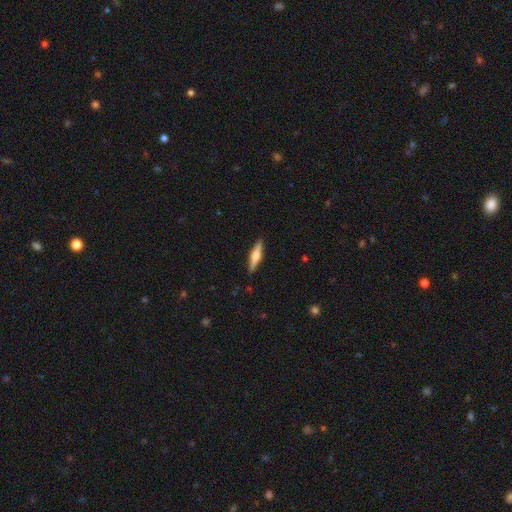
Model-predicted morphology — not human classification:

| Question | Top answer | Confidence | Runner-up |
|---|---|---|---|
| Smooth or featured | featured or disk | 56% | smooth (38%) |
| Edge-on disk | yes | 97% | no (3%) |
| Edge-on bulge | rounded | 86% | boxy (11%) |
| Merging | none | 91% | minor disturbance (7%) |